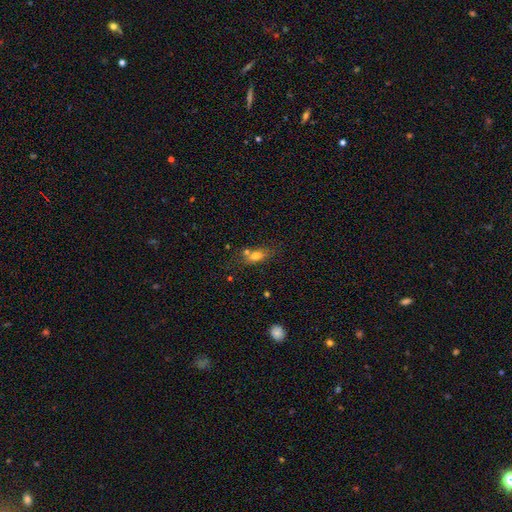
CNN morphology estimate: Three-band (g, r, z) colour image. It shows a smooth galaxy with no disk features (73%) that is in between round and cigar-shaped (73%). Merging: none (50%).